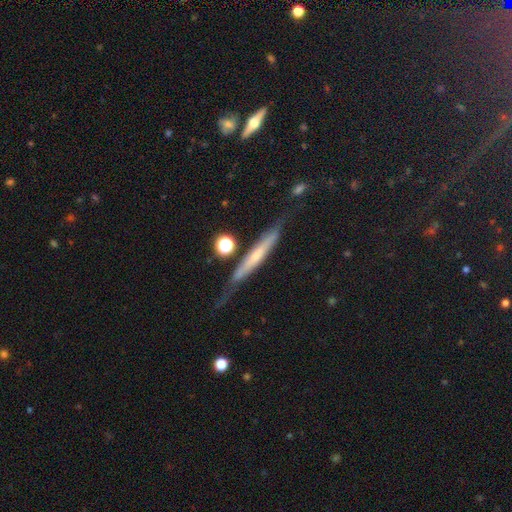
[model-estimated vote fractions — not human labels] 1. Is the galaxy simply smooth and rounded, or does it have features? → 56% featured or disk, 37% smooth, 7% star or artifact.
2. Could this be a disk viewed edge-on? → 88% yes, 12% no.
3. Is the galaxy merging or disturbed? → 64% none, 23% minor disturbance, 8% major disturbance, 5% merger.